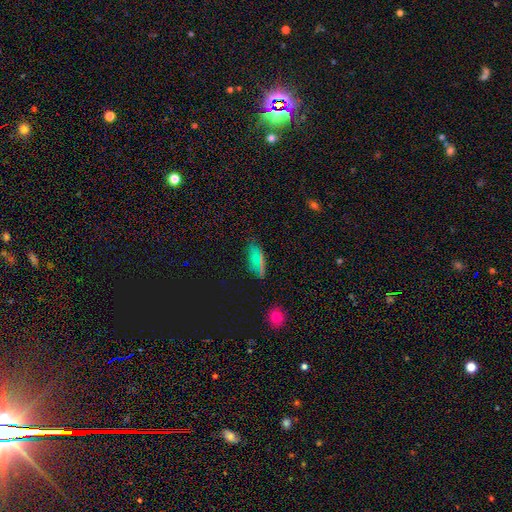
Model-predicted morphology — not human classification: smooth 52%, star or artifact 37%, featured or disk 11%. Down the decision tree: how rounded — in between (76%); merging — none (75%).